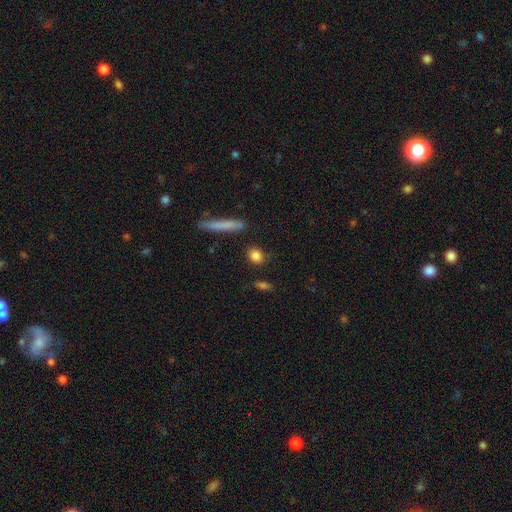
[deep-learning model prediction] smooth 85%, star or artifact 8%, featured or disk 7%. Down the decision tree: how rounded — round (53%); merging — none (82%).